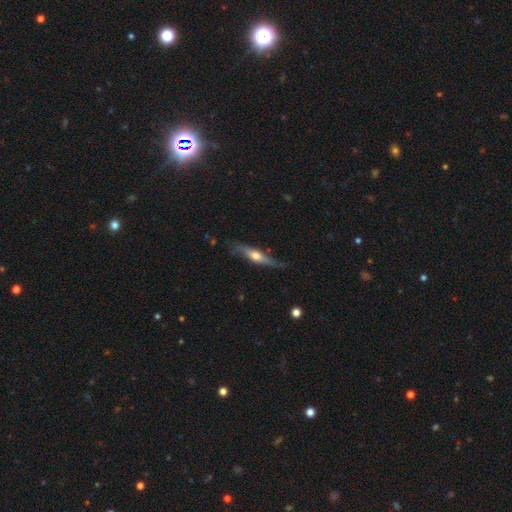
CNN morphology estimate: This is likely a featured or disk galaxy (63%). It is clearly viewed edge-on (87%). Edge-on bulge: clearly rounded (89%). Merging: likely none (69%).